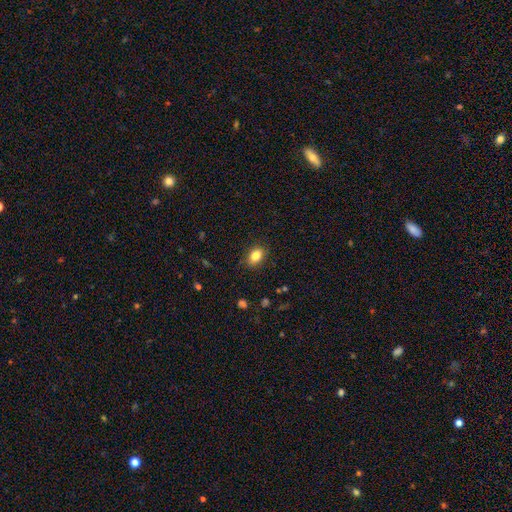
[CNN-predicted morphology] type=smooth (84%); roundness=in between (80%); merging=none (85%).